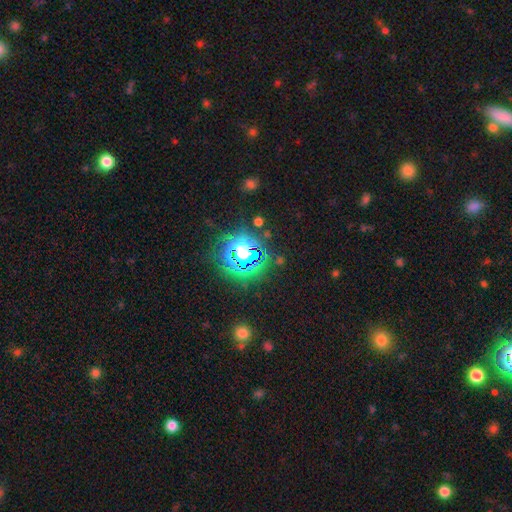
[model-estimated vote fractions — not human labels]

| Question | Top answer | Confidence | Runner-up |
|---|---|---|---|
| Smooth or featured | star or artifact | 76% | smooth (16%) |